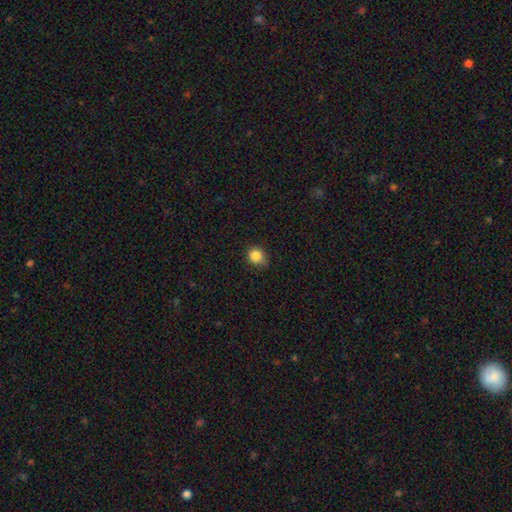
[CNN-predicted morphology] This appears to be a smooth galaxy with no disk features (85%) that is round (84%). Merging: none (77%).